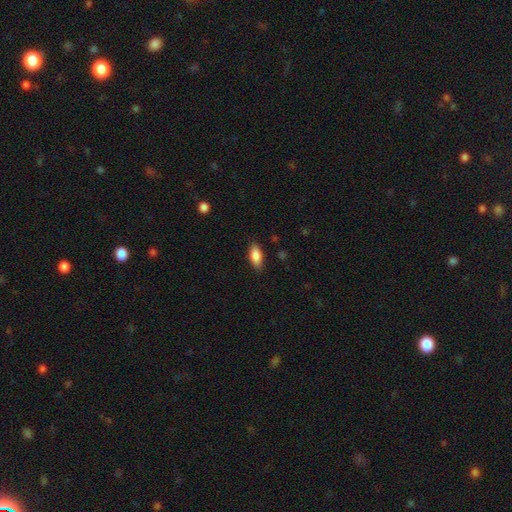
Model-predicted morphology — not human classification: smooth 85%, featured or disk 8%, star or artifact 7%. Down the decision tree: how rounded — in between (84%); merging — none (85%).